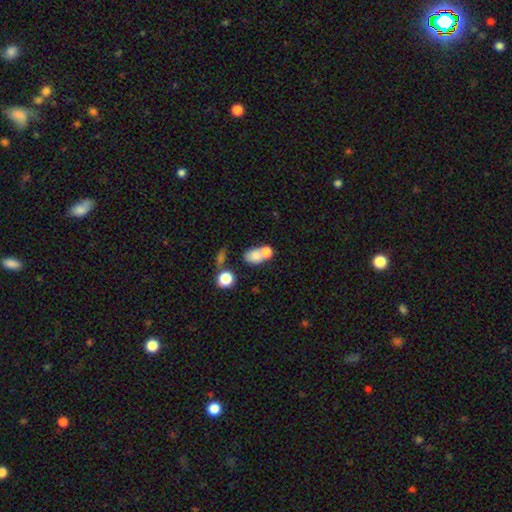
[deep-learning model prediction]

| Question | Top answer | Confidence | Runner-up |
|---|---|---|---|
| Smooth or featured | smooth | 73% | featured or disk (15%) |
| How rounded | in between | 63% | round (35%) |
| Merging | merger | 48% | none (34%) |